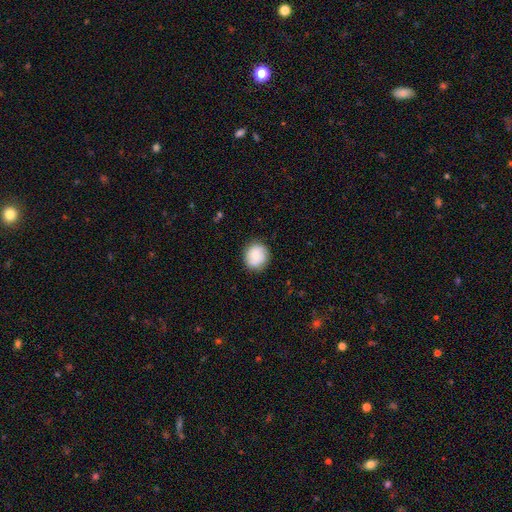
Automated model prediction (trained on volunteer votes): Smooth or featured? smooth (78%)
How rounded? round (82%)
Merging? none (85%)